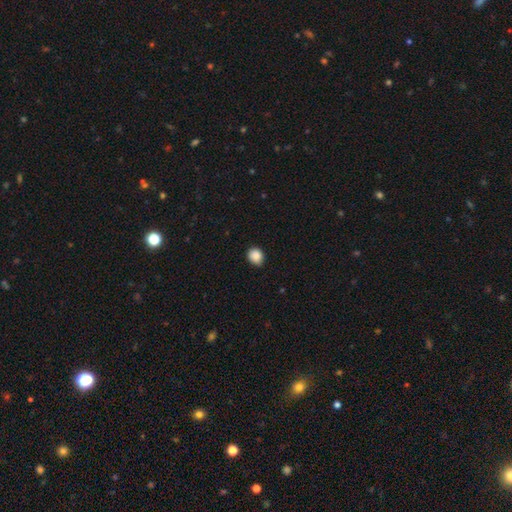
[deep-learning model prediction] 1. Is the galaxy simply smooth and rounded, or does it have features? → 88% smooth, 9% star or artifact, 3% featured or disk.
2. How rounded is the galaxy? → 59% round, 40% in between, 1% cigar-shaped.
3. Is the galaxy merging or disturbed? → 83% none, 13% minor disturbance, 2% major disturbance, 1% merger.